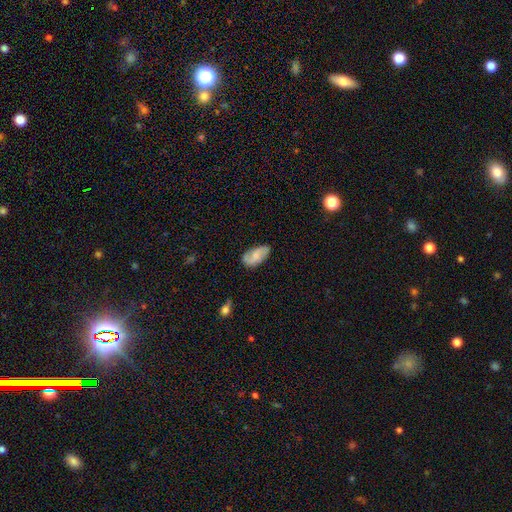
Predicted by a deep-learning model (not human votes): smooth-or-featured: smooth: 56% | featured or disk: 36% | star or artifact: 8%
  how-rounded: in between: 92% | cigar-shaped: 4% | round: 3%
  merging: none: 66% | minor disturbance: 25% | major disturbance: 7% | merger: 2%